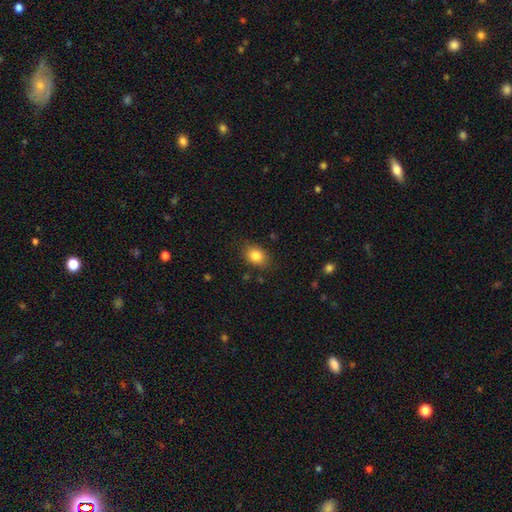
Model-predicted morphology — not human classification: A smooth galaxy with no disk features (84%) that is in between round and cigar-shaped (58%). Merging: none (84%).